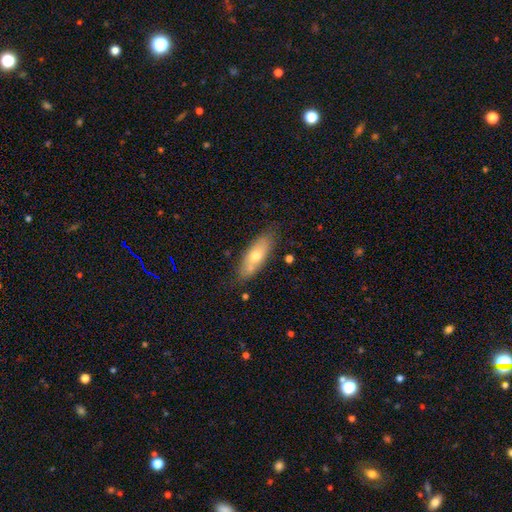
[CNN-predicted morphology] Smooth or featured?
  - smooth: 62% *
  - featured or disk: 31%
  - star or artifact: 7%
How rounded?
  - in between: 66% *
  - cigar-shaped: 31%
  - round: 3%
Merging?
  - none: 75% *
  - minor disturbance: 17%
  - merger: 5%
  - major disturbance: 3%